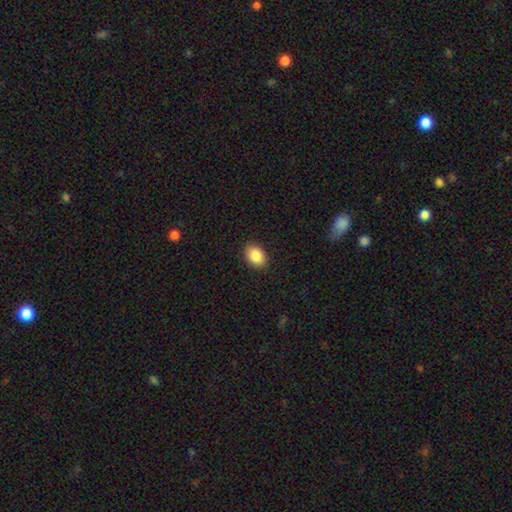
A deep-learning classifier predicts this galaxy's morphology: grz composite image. It shows a smooth galaxy with no disk features (89%) that is in between round and cigar-shaped (72%). Merging: none (89%).